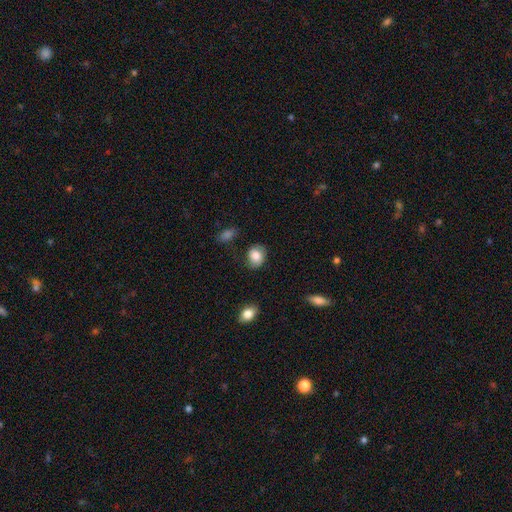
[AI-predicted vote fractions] Smooth or featured: smooth — 81% (featured or disk — 11%)
How rounded: in between — 50% (round — 49%)
Merging: none — 76% (minor disturbance — 17%)